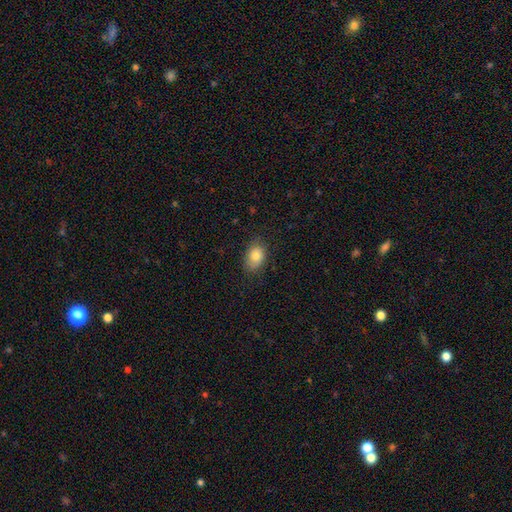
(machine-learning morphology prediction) Smooth or featured: smooth — 83% (featured or disk — 9%)
How rounded: in between — 82% (round — 16%)
Merging: none — 79% (minor disturbance — 17%)